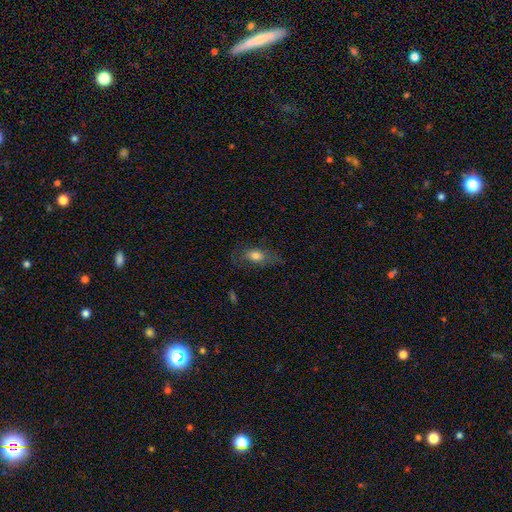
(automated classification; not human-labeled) Smooth or featured: smooth — 70% (featured or disk — 20%)
How rounded: in between — 75% (cigar-shaped — 14%)
Merging: none — 61% (minor disturbance — 23%)